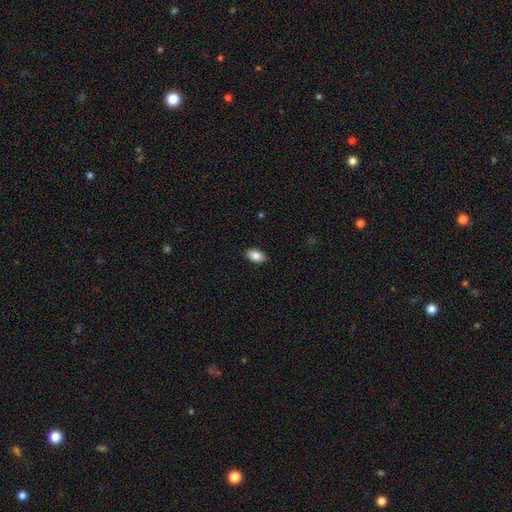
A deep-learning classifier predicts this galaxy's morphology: smooth 86%, featured or disk 7%, star or artifact 7%. Down the decision tree: how rounded — in between (93%); merging — none (89%).